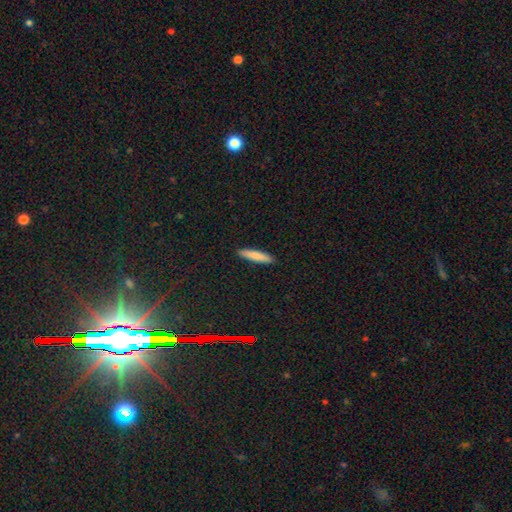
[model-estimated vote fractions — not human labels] Smooth or featured? smooth (82%)
How rounded? cigar-shaped (85%)
Merging? none (92%)